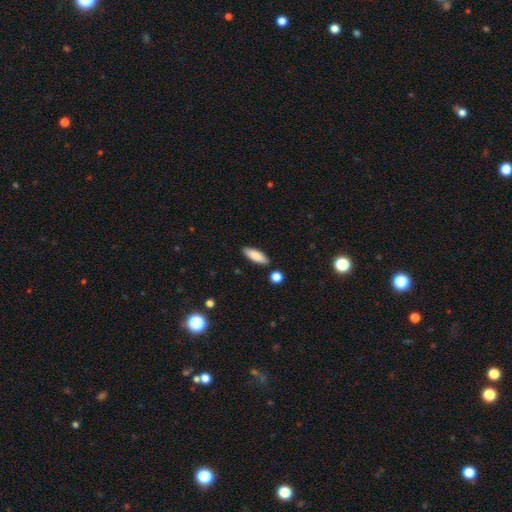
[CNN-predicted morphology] Smooth or featured?
  - smooth: 85% *
  - featured or disk: 9%
  - star or artifact: 6%
How rounded?
  - in between: 64% *
  - cigar-shaped: 34%
  - round: 2%
Merging?
  - none: 87% *
  - minor disturbance: 9%
  - merger: 3%
  - major disturbance: 2%